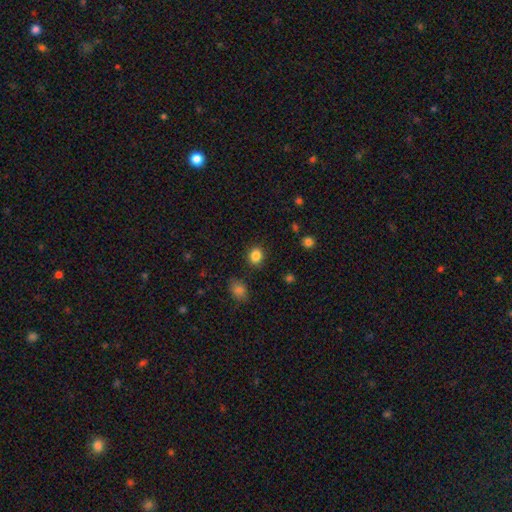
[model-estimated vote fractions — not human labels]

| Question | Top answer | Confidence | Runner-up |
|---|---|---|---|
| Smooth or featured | smooth | 85% | star or artifact (11%) |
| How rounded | round | 71% | in between (28%) |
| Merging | none | 88% | minor disturbance (8%) |